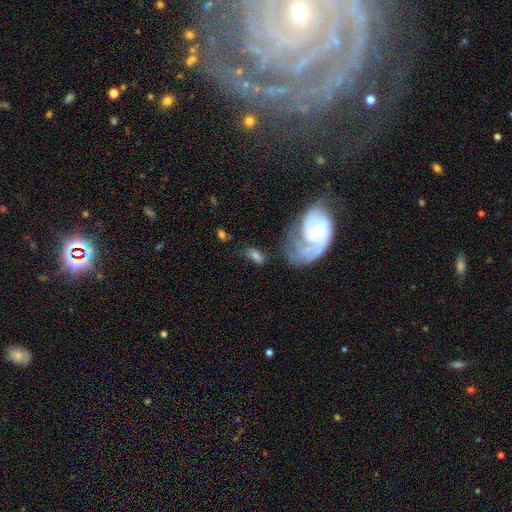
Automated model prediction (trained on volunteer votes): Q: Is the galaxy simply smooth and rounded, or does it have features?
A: smooth — 54%.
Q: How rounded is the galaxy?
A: in between — 85%.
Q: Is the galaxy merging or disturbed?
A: none — 53%.